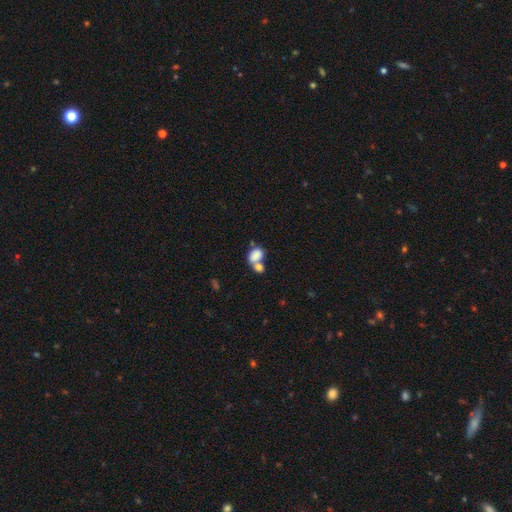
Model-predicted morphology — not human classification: smooth 79%, featured or disk 12%, star or artifact 9%. Down the decision tree: how rounded — in between (77%); merging — merger (61%).